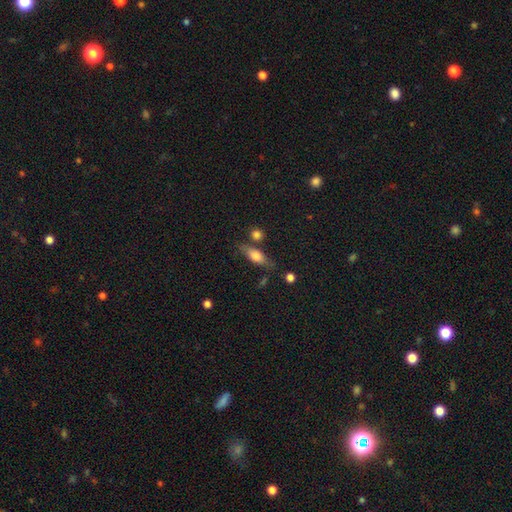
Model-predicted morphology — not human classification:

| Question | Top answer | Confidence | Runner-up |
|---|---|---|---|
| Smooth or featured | smooth | 59% | featured or disk (32%) |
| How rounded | in between | 60% | cigar-shaped (35%) |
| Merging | none | 67% | minor disturbance (18%) |